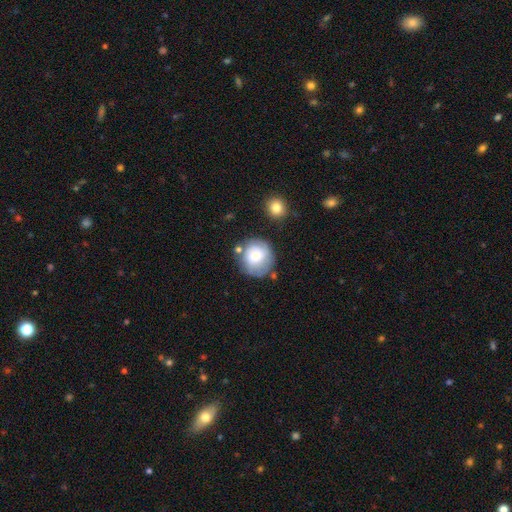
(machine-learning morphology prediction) Smooth or featured?
  - smooth: 63% *
  - featured or disk: 30%
  - star or artifact: 7%
How rounded?
  - round: 89% *
  - in between: 10%
  - cigar-shaped: 1%
Merging?
  - none: 66% *
  - minor disturbance: 20%
  - major disturbance: 8%
  - merger: 7%